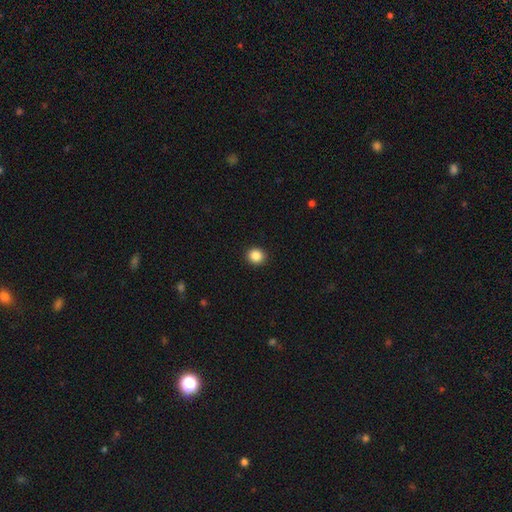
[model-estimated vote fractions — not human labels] Morphology: type=smooth (86%); roundness=round (84%); merging=none (93%).